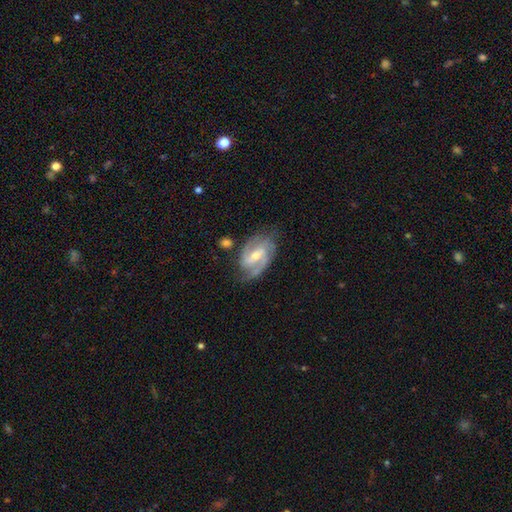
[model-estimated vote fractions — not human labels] A featured or disk galaxy (88%) with a weak bar (46%), 2 (76%) medium (50%) spiral arms (97%) and a moderate central bulge (50%).

Vote fractions:
- Smooth or featured? featured or disk: 88% / smooth: 7% / star or artifact: 5%
- Edge-on disk? no: 97% / yes: 3%
- Bar? weak: 46% / strong: 36% / no: 18%
- Spiral arms? yes: 97% / no: 3%
- Spiral winding? medium: 50% / tight: 34% / loose: 16%
- Spiral arm count? 2: 76% / 3: 11% / can't tell: 6% / 1: 4% / 4: 2% / more than 4: 2%
- Bulge size? moderate: 50% / small: 47% / large: 2% / none: 1% / dominant: 1%
- Merging? none: 72% / minor disturbance: 18% / major disturbance: 6% / merger: 3%